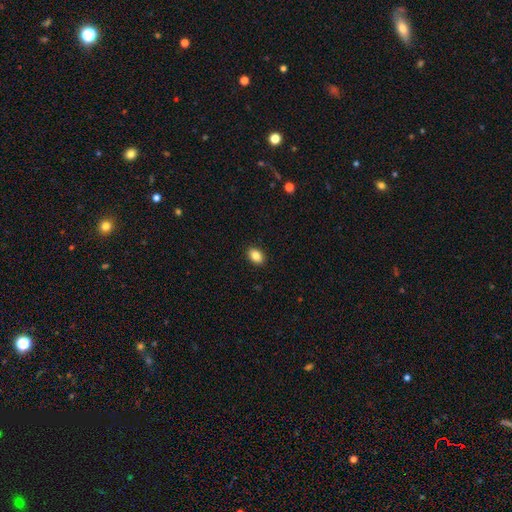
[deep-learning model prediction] Q: Smooth or featured?
A: smooth (86%); runner-up: star or artifact (8%)
Q: How rounded?
A: in between (81%); runner-up: round (18%)
Q: Merging?
A: none (90%); runner-up: minor disturbance (7%)